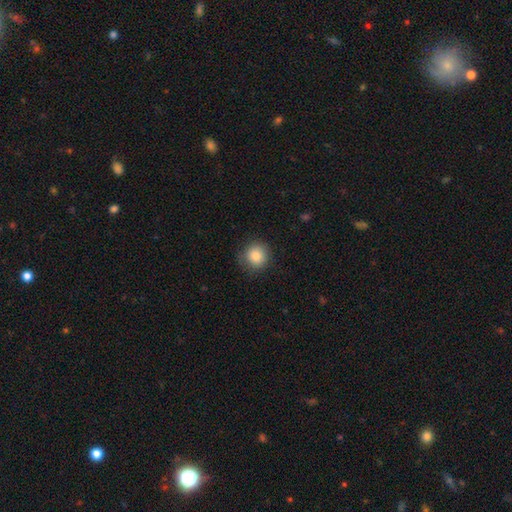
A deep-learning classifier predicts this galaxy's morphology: Smooth or featured: smooth — 85% (star or artifact — 9%)
How rounded: round — 90% (in between — 9%)
Merging: none — 85% (minor disturbance — 11%)